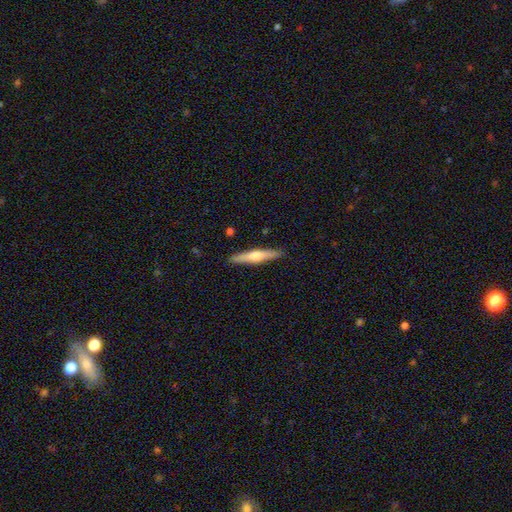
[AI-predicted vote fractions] Smooth or featured? featured or disk (50%)
Merging? none (90%)